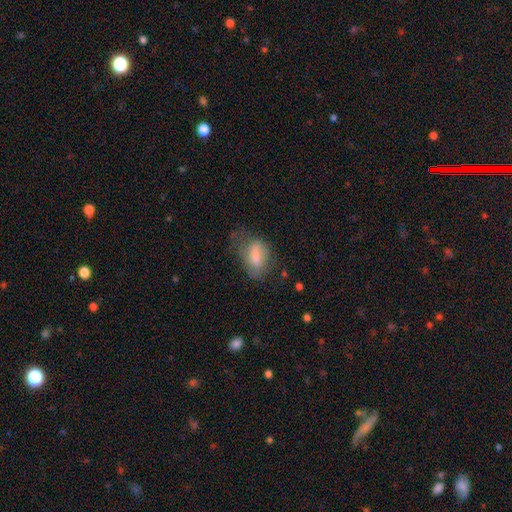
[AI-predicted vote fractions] Morphology: type=smooth (68%); roundness=in between (83%); merging=none (37%).